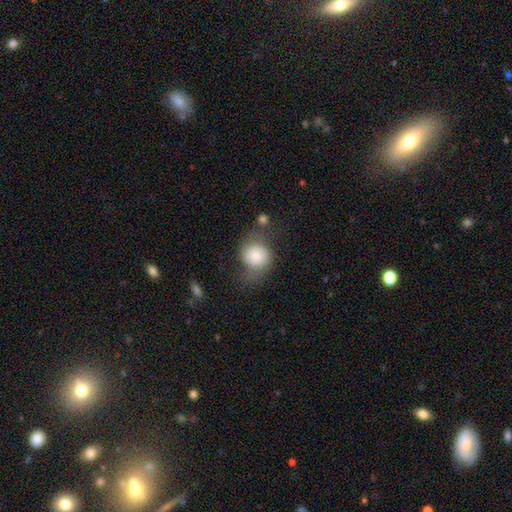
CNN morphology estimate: Smooth or featured: smooth — 71% (featured or disk — 21%)
How rounded: round — 77% (in between — 22%)
Merging: none — 44% (minor disturbance — 29%)